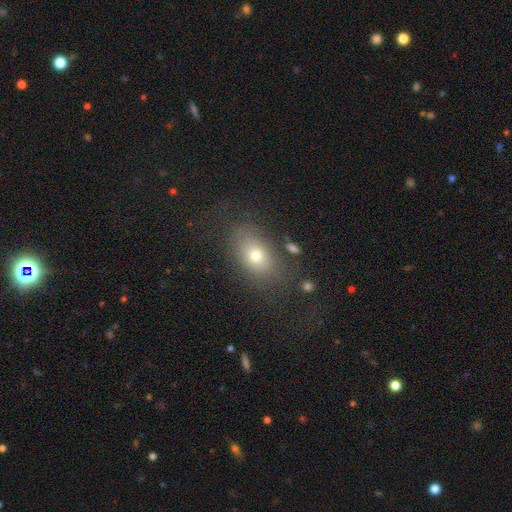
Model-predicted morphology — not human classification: smooth 70%, featured or disk 17%, star or artifact 13%. Down the decision tree: how rounded — in between (78%); merging — none (75%).